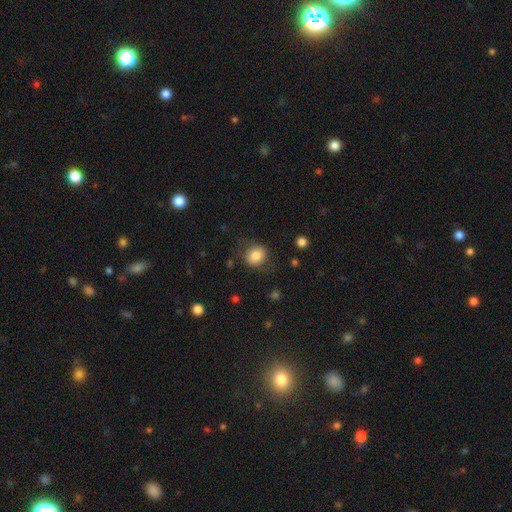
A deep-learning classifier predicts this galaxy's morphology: Smooth or featured: smooth — 81% (star or artifact — 10%)
How rounded: round — 74% (in between — 25%)
Merging: none — 77% (minor disturbance — 15%)